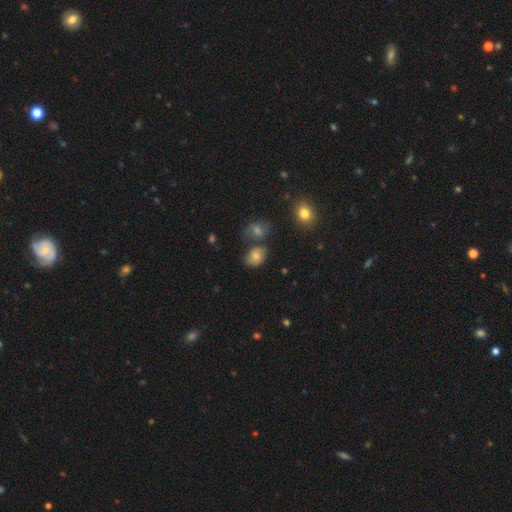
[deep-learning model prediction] This appears to be a smooth galaxy with no disk features (66%) that is in between round and cigar-shaped (63%). Merging: none (57%).